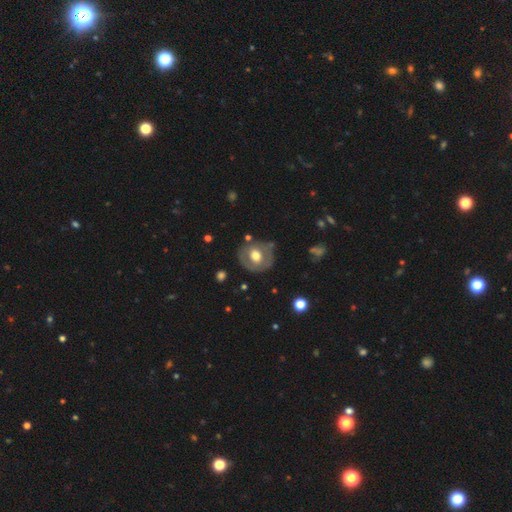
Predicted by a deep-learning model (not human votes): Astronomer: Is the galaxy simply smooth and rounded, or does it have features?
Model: smooth — 50% (runner-up: featured or disk, 44%).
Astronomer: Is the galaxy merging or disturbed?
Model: none — 72%.